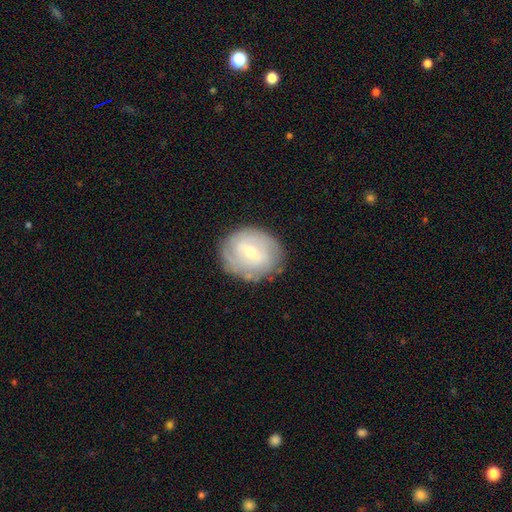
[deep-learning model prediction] The model was most divided on "spiral arm count": can't tell: 42%, 2: 31%, 3: 12%, 4: 6%, 1: 5%, more than 4: 4%. More confident: edge-on disk — no (96%); merging — none (80%); spiral arms — yes (79%); smooth or featured — featured or disk (67%); spiral winding — tight (63%); bulge size — moderate (59%); bar — weak (54%).